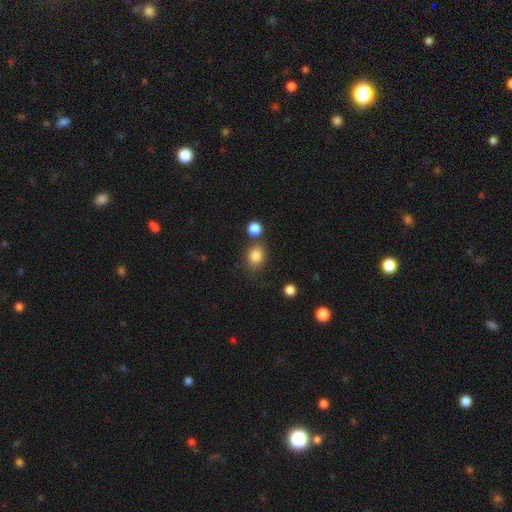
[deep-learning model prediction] Q: Smooth or featured?
A: smooth (84%); runner-up: star or artifact (11%)
Q: How rounded?
A: round (58%); runner-up: in between (41%)
Q: Merging?
A: none (71%); runner-up: merger (13%)